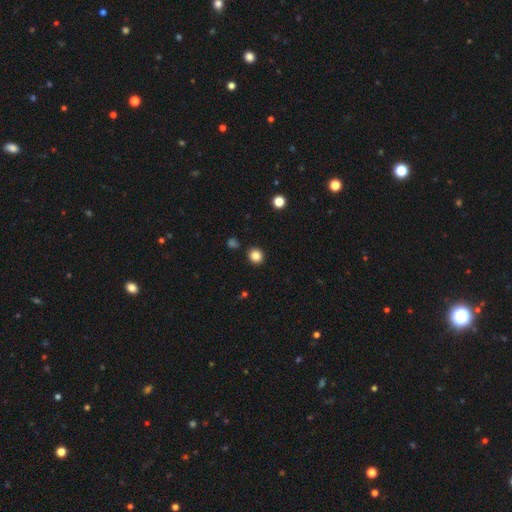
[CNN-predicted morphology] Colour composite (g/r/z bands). It shows a smooth galaxy with no disk features (84%) that is round (85%). Merging: none (90%).